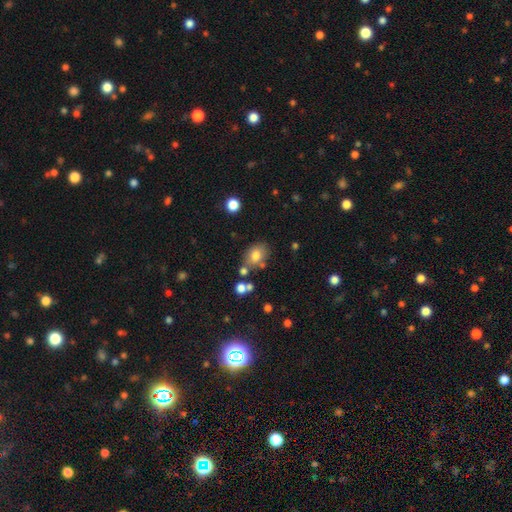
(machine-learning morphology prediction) smooth 77%, featured or disk 12%, star or artifact 11%. Down the decision tree: how rounded — in between (68%); merging — none (67%).